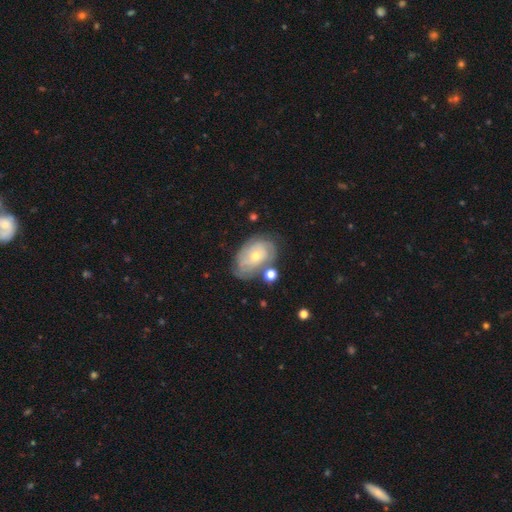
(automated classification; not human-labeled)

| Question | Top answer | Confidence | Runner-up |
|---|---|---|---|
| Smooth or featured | featured or disk | 63% | smooth (29%) |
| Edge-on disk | no | 96% | yes (4%) |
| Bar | no | 81% | weak (16%) |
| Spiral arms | yes | 74% | no (26%) |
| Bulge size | small | 59% | moderate (37%) |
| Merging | none | 57% | minor disturbance (24%) |